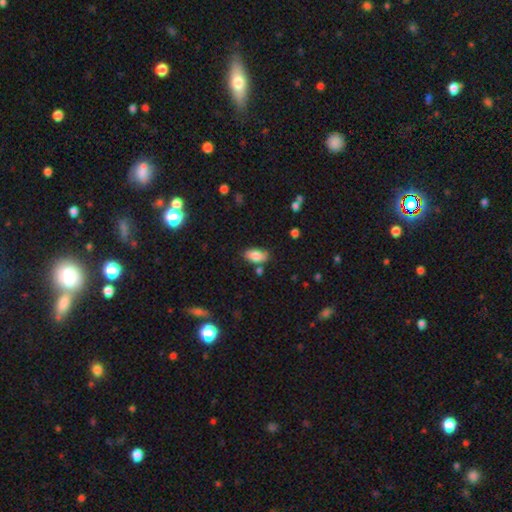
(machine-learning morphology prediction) A smooth galaxy with no disk features (84%) that is in between round and cigar-shaped (93%). Merging: none (71%).